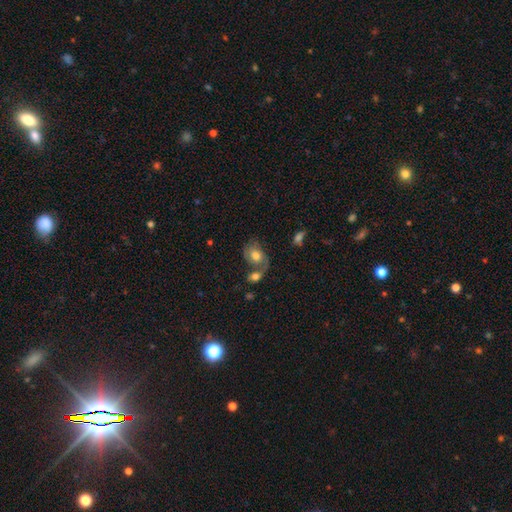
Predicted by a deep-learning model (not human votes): A smooth galaxy with no disk features (50%). Merging: merger (43%).